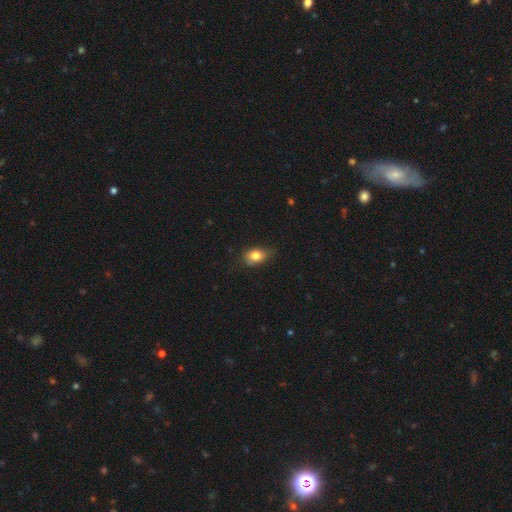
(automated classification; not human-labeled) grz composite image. It shows a smooth galaxy with no disk features (81%) that is in between round and cigar-shaped (76%). Merging: none (69%).